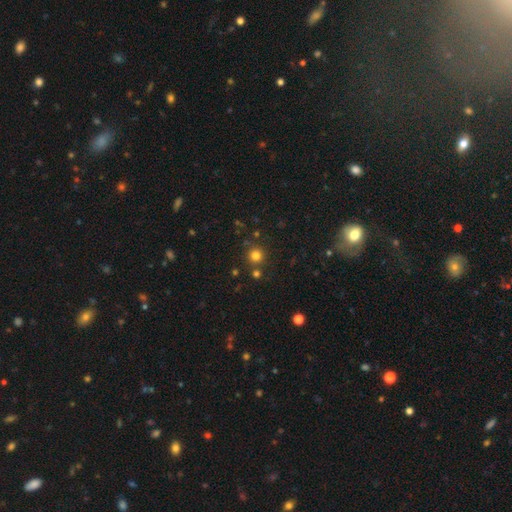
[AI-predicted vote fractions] smooth-or-featured: smooth: 78% | star or artifact: 16% | featured or disk: 6%
  how-rounded: round: 94% | in between: 5% | cigar-shaped: 1%
  merging: none: 81% | merger: 9% | minor disturbance: 7% | major disturbance: 3%